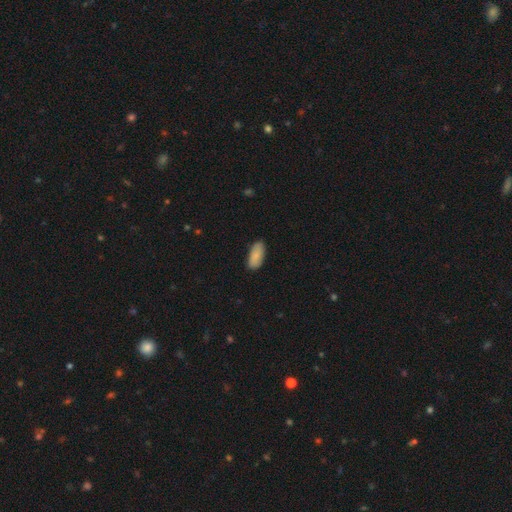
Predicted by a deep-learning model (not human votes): Smooth or featured?
  - smooth: 87% *
  - featured or disk: 7%
  - star or artifact: 6%
How rounded?
  - in between: 88% *
  - cigar-shaped: 10%
  - round: 2%
Merging?
  - none: 83% *
  - minor disturbance: 14%
  - major disturbance: 2%
  - merger: 1%